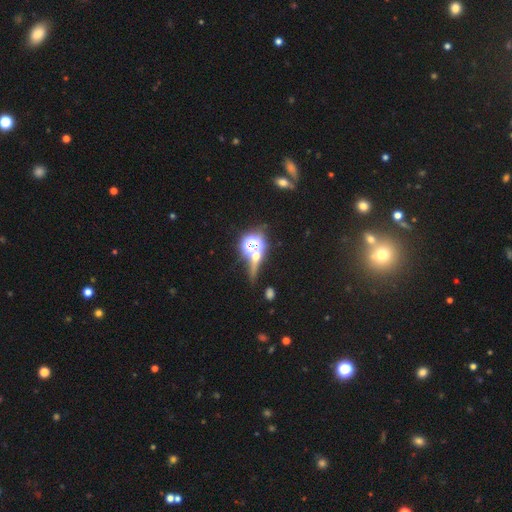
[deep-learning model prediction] Overall: star or artifact (52%; smooth 30%).